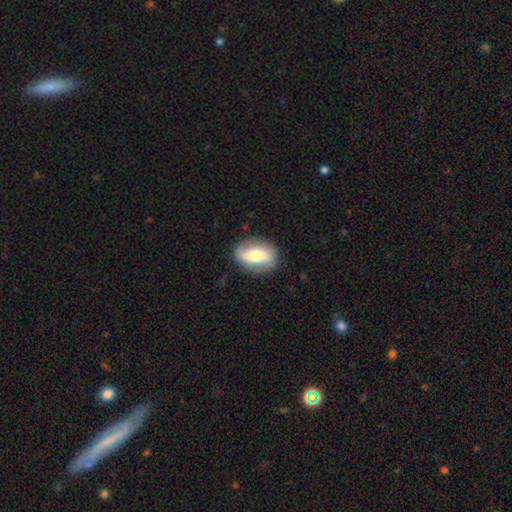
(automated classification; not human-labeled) This is possibly a featured or disk galaxy (49%). Merging: clearly none (84%).